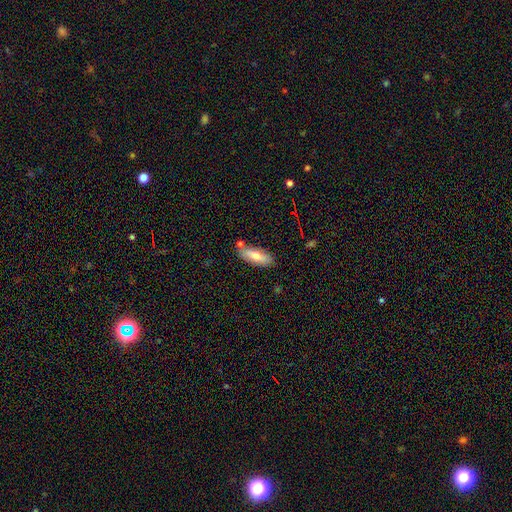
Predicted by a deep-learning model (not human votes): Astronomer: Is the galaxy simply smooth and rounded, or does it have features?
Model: smooth — 67%.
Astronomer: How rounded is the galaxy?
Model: in between — 69%.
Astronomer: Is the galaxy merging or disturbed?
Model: none — 78%.